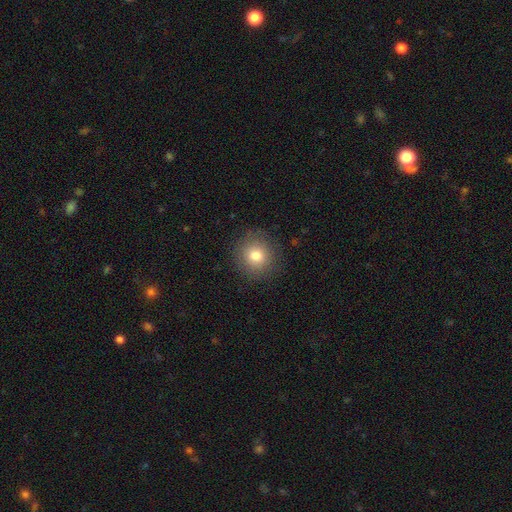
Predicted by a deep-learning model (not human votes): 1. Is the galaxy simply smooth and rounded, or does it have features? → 79% smooth, 11% star or artifact, 10% featured or disk.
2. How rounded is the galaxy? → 90% round, 9% in between, 1% cigar-shaped.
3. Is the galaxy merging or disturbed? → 88% none, 8% minor disturbance, 3% major disturbance, 1% merger.